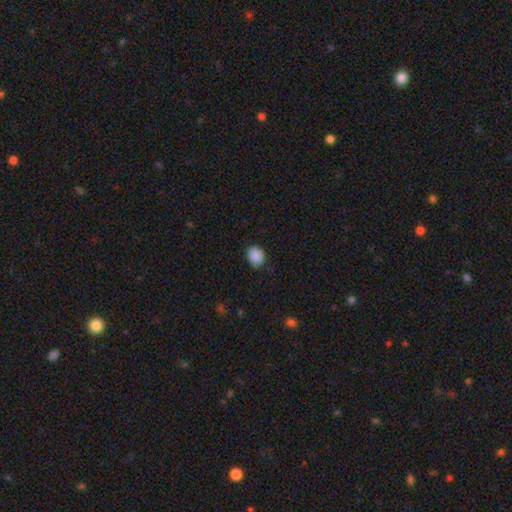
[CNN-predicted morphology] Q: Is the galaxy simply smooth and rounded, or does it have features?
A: smooth — 88%.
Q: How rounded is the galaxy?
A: round — 59%.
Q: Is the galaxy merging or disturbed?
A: none — 77%.